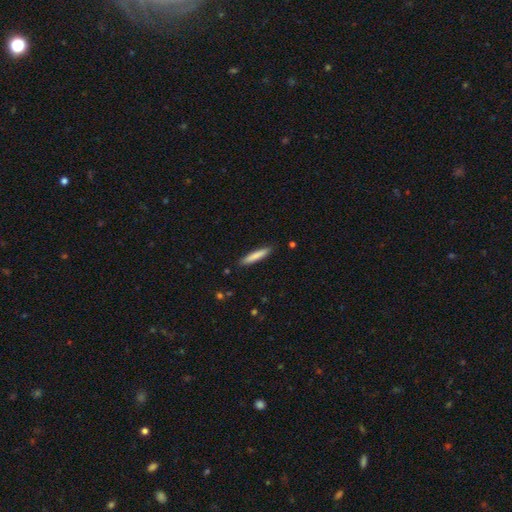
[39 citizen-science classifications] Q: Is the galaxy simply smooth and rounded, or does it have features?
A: smooth — 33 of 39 (85%).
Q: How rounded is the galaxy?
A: cigar-shaped — 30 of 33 (91%).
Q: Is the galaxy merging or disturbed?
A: none — 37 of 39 (95%).